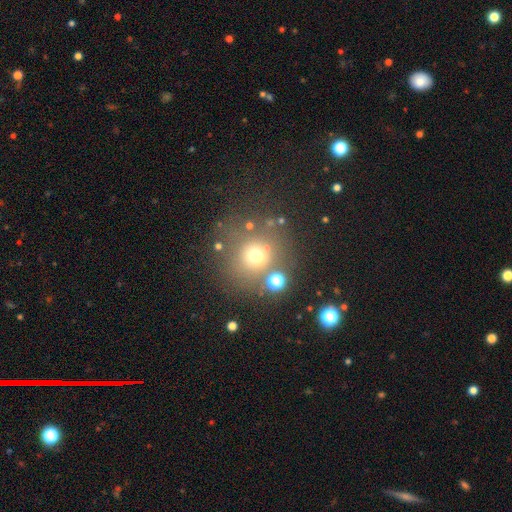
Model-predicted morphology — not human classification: Overall: smooth (66%). How rounded: round (89%). Merging: none (73%).